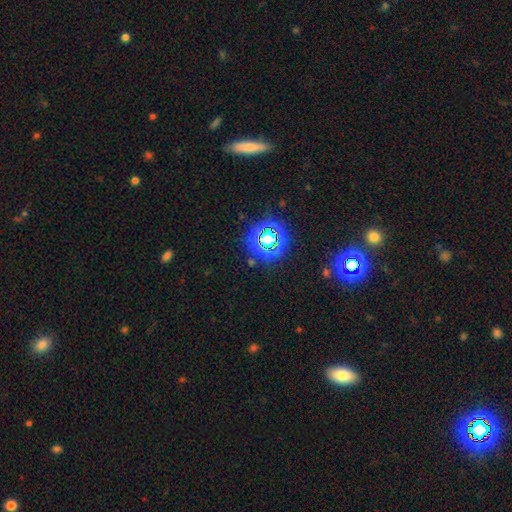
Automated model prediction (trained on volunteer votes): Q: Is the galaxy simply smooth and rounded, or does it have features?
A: star or artifact — 64%.